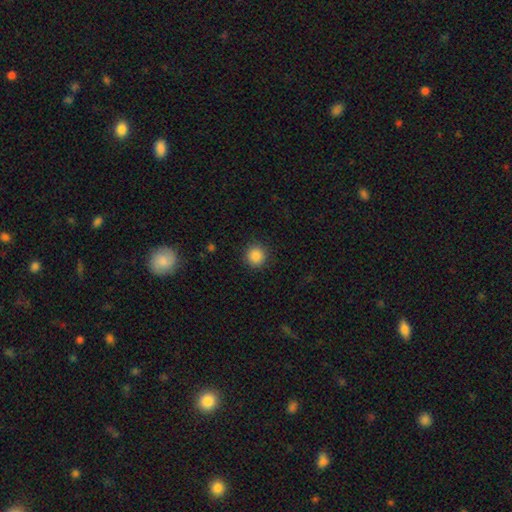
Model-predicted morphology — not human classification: type=smooth (86%); roundness=round (94%); merging=none (90%).